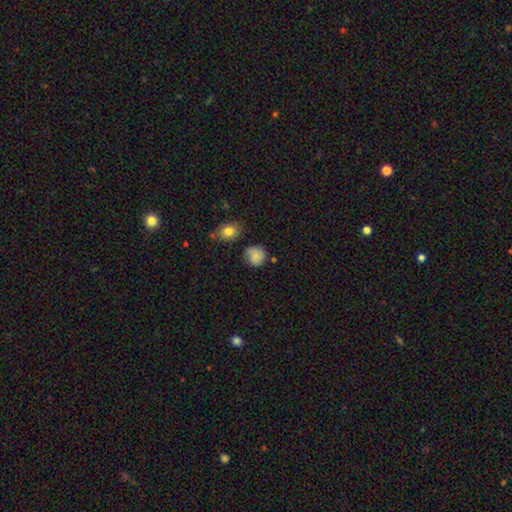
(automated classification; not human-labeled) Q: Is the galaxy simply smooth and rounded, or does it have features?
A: smooth — 79%.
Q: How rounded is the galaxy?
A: round — 84%.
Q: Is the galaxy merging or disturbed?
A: none — 71%.